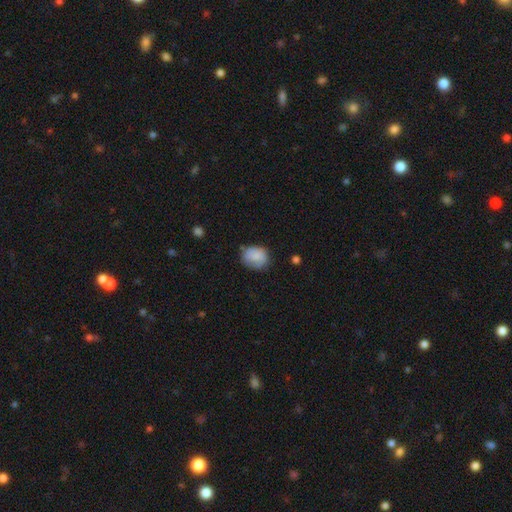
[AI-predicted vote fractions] smooth_or_featured: smooth (p=0.78) [alt: featured or disk p=0.14]
how_rounded: round (p=0.59) [alt: in between p=0.40]
merging: none (p=0.61) [alt: minor disturbance p=0.28]